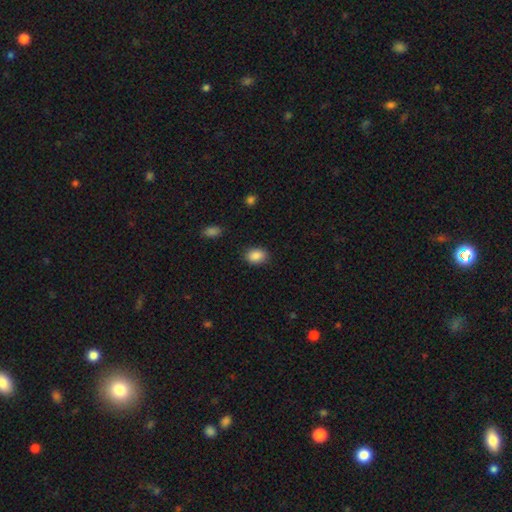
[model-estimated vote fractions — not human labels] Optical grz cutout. It shows a smooth galaxy with no disk features (88%) that is in between round and cigar-shaped (72%). Merging: none (87%).